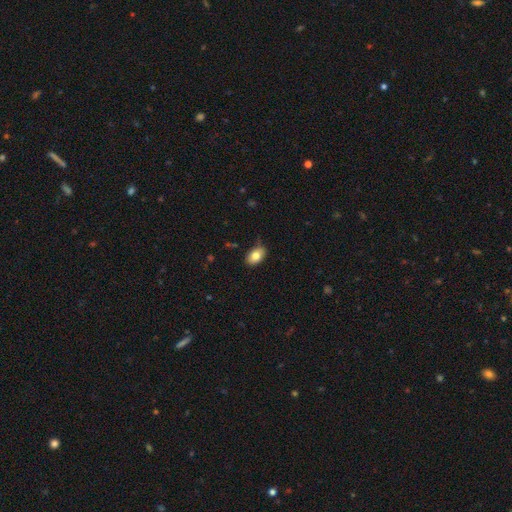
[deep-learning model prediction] Smooth or featured: smooth — 81% (featured or disk — 11%)
How rounded: in between — 87% (round — 12%)
Merging: none — 76% (minor disturbance — 19%)